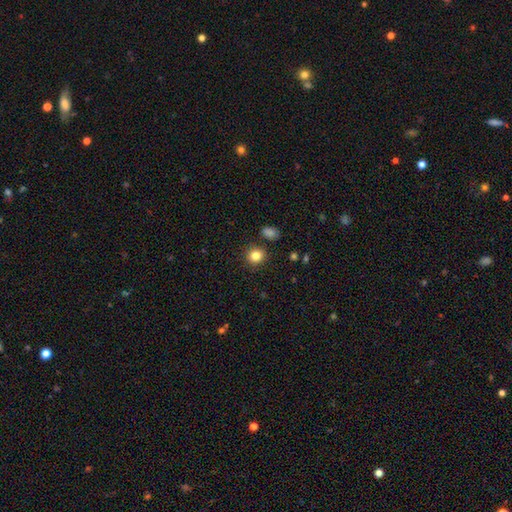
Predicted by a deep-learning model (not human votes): Overall: smooth (83%). How rounded: round (86%). Merging: none (87%).